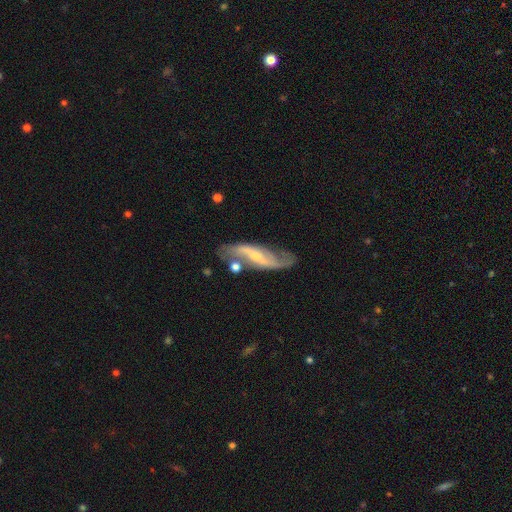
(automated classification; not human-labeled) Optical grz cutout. It shows a featured or disk galaxy (83%) with a strong bar (43%), 2 (89%) loose (66%) spiral arms (93%) and a small central bulge (64%). Merging: none (63%).